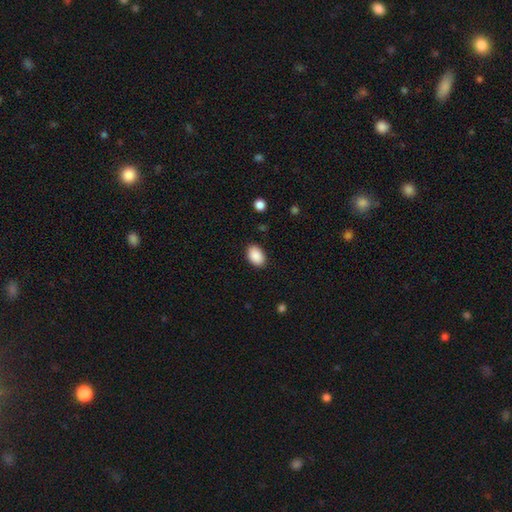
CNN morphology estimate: A smooth galaxy with no disk features (90%) that is in between round and cigar-shaped (87%).

Vote fractions:
- Smooth or featured? smooth: 90% / star or artifact: 7% / featured or disk: 3%
- How rounded? in between: 87% / round: 12% / cigar-shaped: 1%
- Merging? none: 87% / minor disturbance: 10% / major disturbance: 2% / merger: 1%